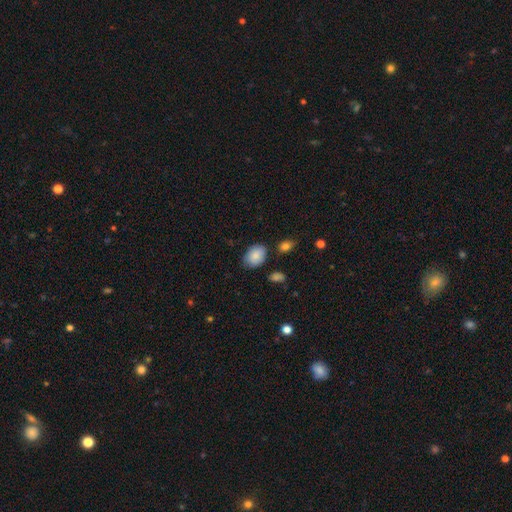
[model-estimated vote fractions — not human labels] Smooth or featured?
  - smooth: 86% *
  - star or artifact: 7%
  - featured or disk: 7%
How rounded?
  - in between: 73% *
  - round: 26%
  - cigar-shaped: 1%
Merging?
  - none: 76% *
  - minor disturbance: 17%
  - merger: 4%
  - major disturbance: 4%